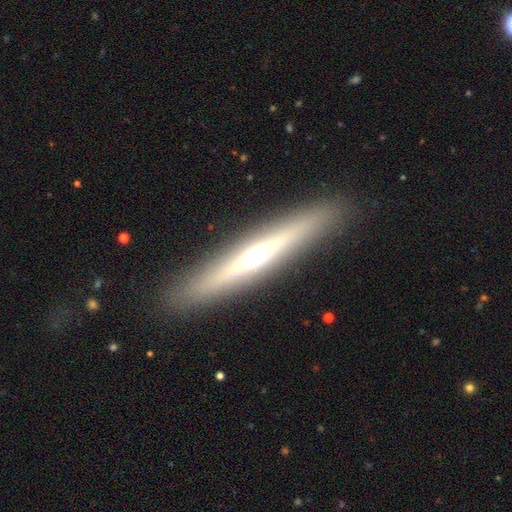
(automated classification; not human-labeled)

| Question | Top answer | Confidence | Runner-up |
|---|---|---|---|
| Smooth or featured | featured or disk | 63% | smooth (29%) |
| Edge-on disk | yes | 93% | no (7%) |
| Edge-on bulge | rounded | 85% | none (11%) |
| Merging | none | 90% | minor disturbance (7%) |